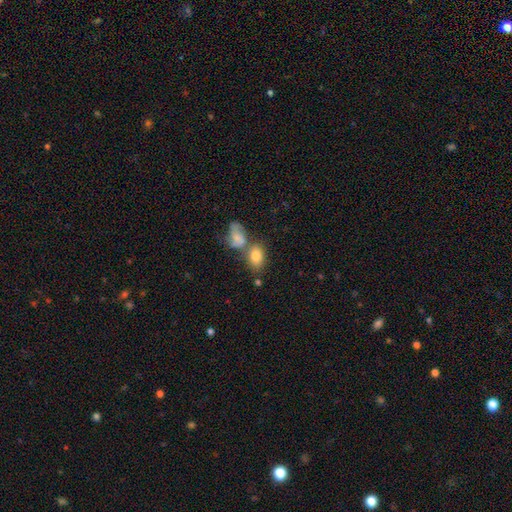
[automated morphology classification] smooth 79%, featured or disk 13%, star or artifact 8%. Down the decision tree: how rounded — in between (82%); merging — none (46%).